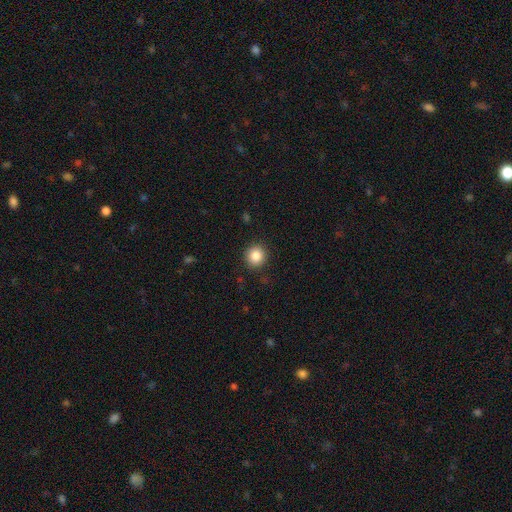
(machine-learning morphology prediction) smooth 86%, star or artifact 10%, featured or disk 5%. Down the decision tree: how rounded — round (90%); merging — none (90%).